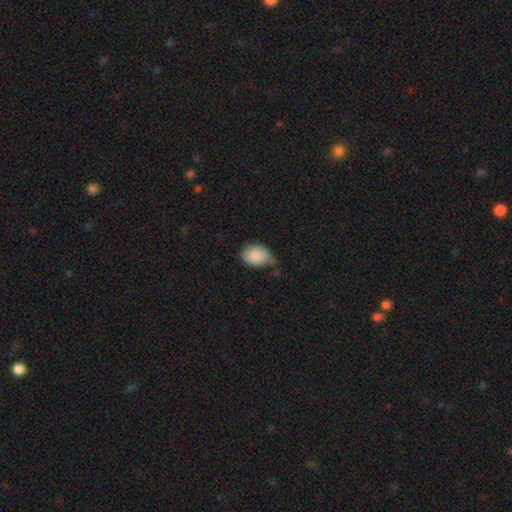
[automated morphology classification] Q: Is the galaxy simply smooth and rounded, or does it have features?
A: smooth — 86%.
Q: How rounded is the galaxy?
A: in between — 68%.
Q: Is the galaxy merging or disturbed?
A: minor disturbance — 42%.